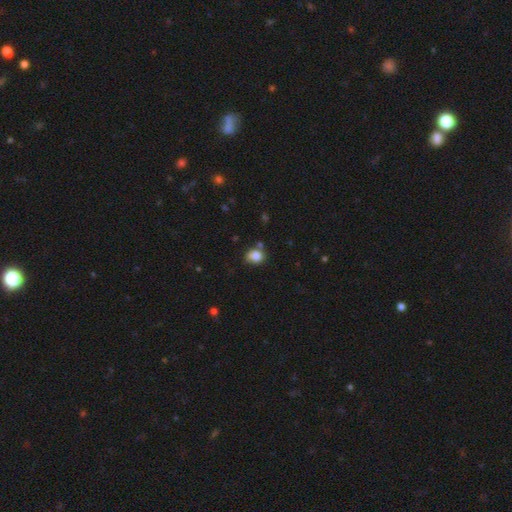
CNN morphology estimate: smooth-or-featured: smooth: 83% | star or artifact: 10% | featured or disk: 7%
  how-rounded: round: 64% | in between: 35% | cigar-shaped: 1%
  merging: none: 67% | minor disturbance: 19% | merger: 10% | major disturbance: 4%